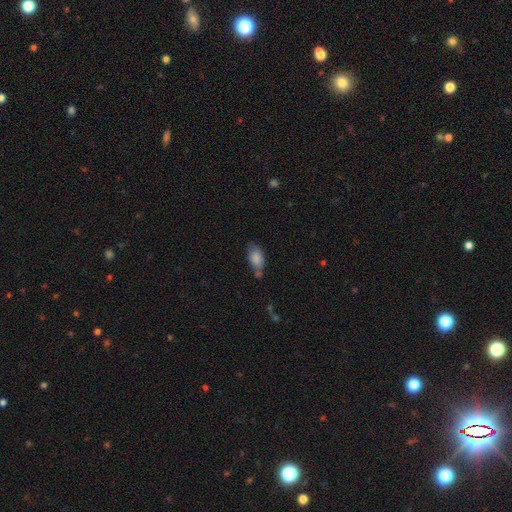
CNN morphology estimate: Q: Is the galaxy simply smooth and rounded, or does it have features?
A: smooth — 83%.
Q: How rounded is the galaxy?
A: in between — 91%.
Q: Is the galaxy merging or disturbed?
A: none — 59%.